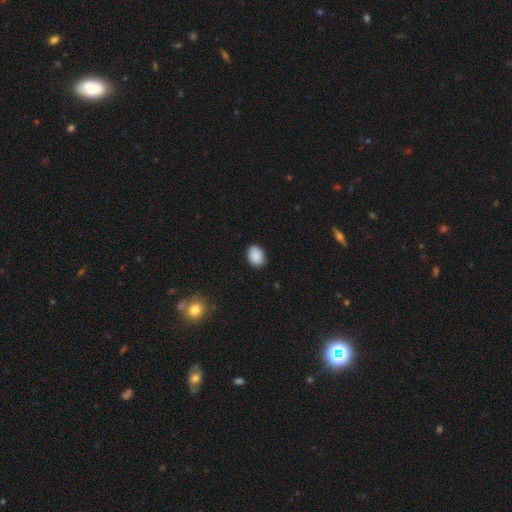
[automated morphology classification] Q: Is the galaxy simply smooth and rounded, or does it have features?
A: smooth — 89%.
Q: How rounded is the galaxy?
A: in between — 75%.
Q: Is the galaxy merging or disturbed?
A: none — 84%.